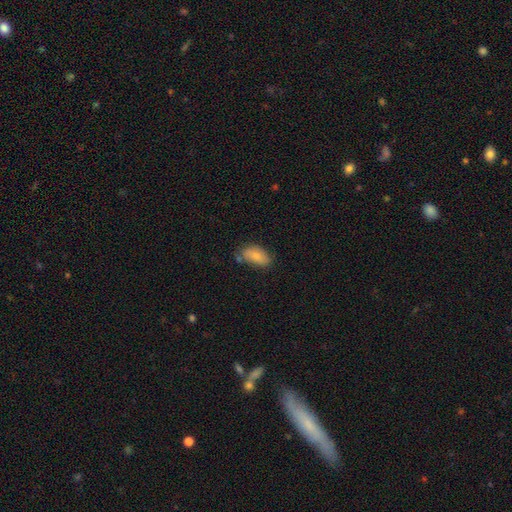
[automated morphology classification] The model was most divided on "merging": none: 63%, minor disturbance: 24%, merger: 8%, major disturbance: 5%. More confident: how rounded — in between (93%); smooth or featured — smooth (80%).